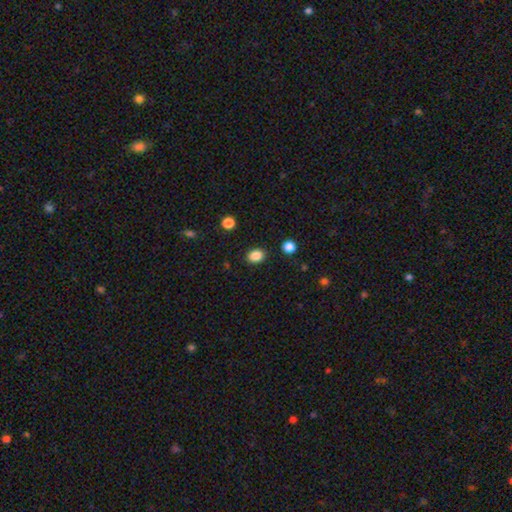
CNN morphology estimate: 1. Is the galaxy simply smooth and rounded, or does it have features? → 87% smooth, 10% star or artifact, 3% featured or disk.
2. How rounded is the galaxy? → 60% in between, 39% round, 1% cigar-shaped.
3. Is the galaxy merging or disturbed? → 88% none, 8% minor disturbance, 2% major disturbance, 2% merger.